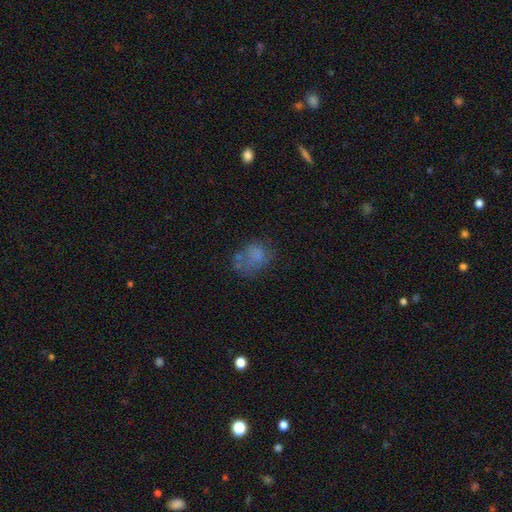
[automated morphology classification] This is likely a smooth galaxy (63%). How rounded: possibly in between (57%). Merging: possibly none (45%).